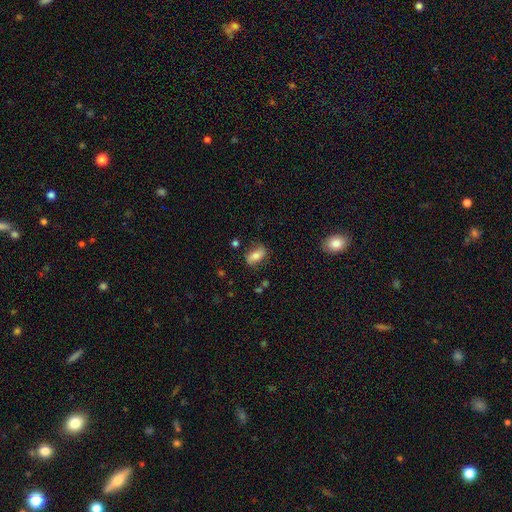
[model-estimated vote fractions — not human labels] smooth_or_featured: smooth (p=0.63) [alt: featured or disk p=0.28]
how_rounded: in between (p=0.83) [alt: cigar-shaped p=0.08]
merging: none (p=0.74) [alt: minor disturbance p=0.18]